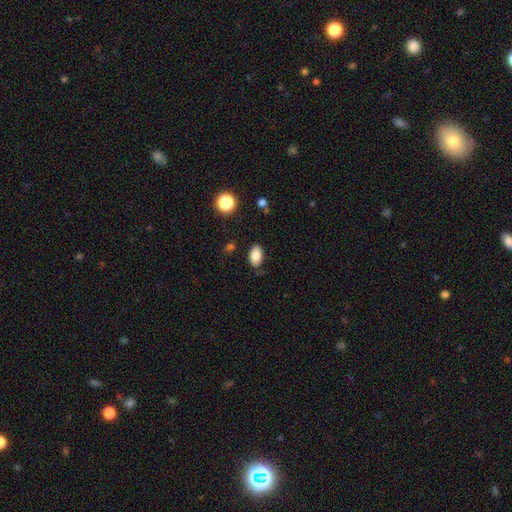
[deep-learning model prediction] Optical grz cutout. It shows a smooth galaxy with no disk features (85%) that is in between round and cigar-shaped (91%). Merging: none (78%).